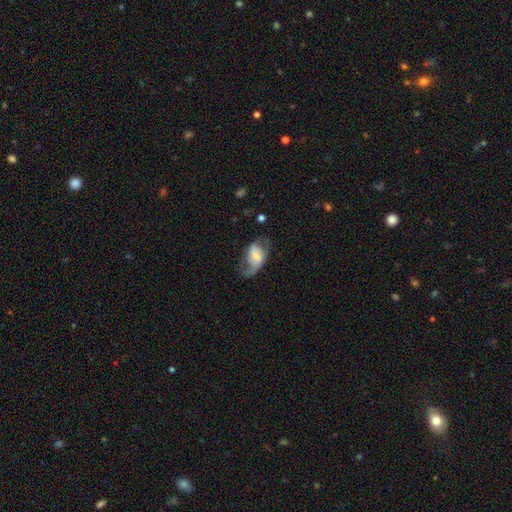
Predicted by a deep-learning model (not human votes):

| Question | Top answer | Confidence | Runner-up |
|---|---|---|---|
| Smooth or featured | featured or disk | 63% | smooth (30%) |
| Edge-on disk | no | 96% | yes (4%) |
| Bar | weak | 48% | no (31%) |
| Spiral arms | yes | 85% | no (15%) |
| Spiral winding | loose | 53% | medium (36%) |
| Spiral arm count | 2 | 70% | 1 (20%) |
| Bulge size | small | 40% | moderate (36%) |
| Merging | none | 46% | major disturbance (26%) |